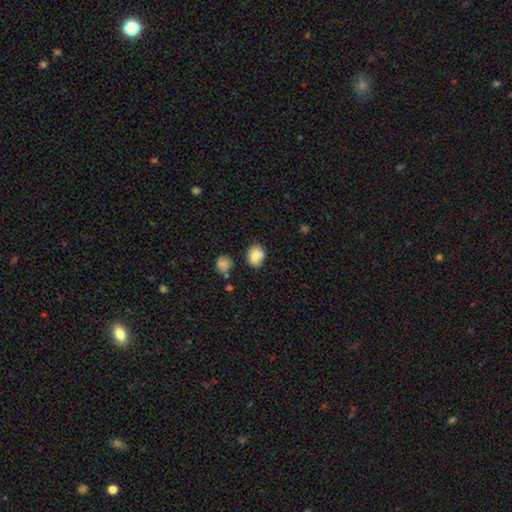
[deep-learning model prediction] This is clearly a smooth galaxy (80%). How rounded: possibly round (51%). Merging: likely none (71%).